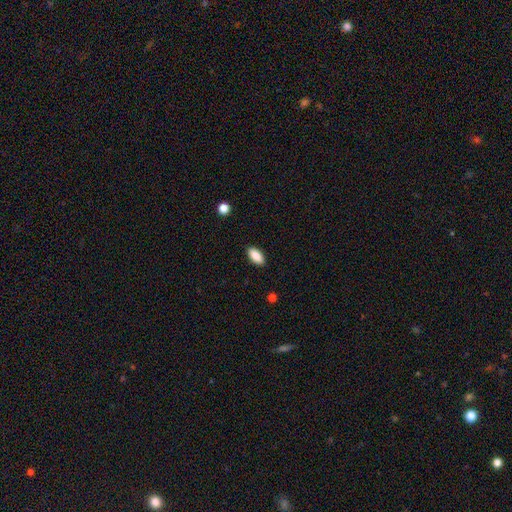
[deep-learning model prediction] Smooth or featured?
  - smooth: 90% *
  - star or artifact: 7%
  - featured or disk: 4%
How rounded?
  - in between: 91% *
  - cigar-shaped: 6%
  - round: 2%
Merging?
  - none: 89% *
  - minor disturbance: 8%
  - major disturbance: 2%
  - merger: 1%